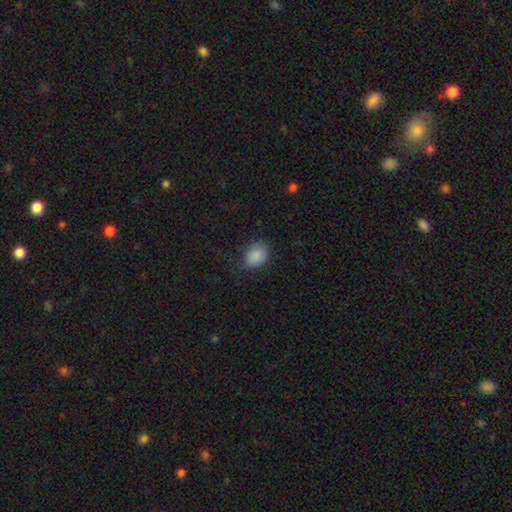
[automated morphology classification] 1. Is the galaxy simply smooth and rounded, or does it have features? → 85% smooth, 9% star or artifact, 6% featured or disk.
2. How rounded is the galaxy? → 53% in between, 46% round, 1% cigar-shaped.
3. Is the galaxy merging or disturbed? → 60% none, 29% minor disturbance, 10% major disturbance, 1% merger.